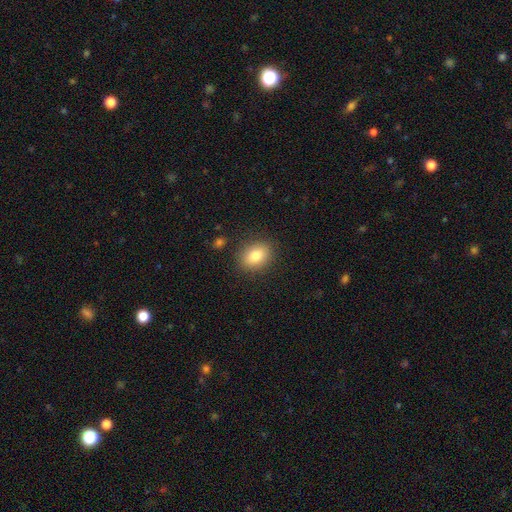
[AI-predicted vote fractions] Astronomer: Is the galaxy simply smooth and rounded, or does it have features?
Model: smooth — 81%.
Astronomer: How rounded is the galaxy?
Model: in between — 59% (runner-up: round, 39%).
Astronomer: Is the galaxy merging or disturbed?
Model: none — 87%.